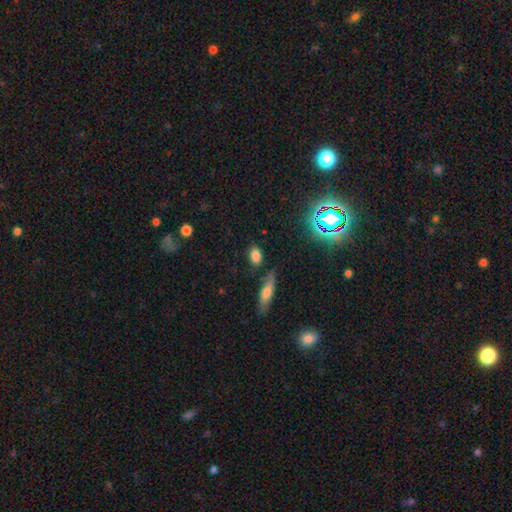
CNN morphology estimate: Q: Smooth or featured?
A: smooth (78%); runner-up: star or artifact (14%)
Q: How rounded?
A: in between (81%); runner-up: round (14%)
Q: Merging?
A: none (75%); runner-up: minor disturbance (16%)